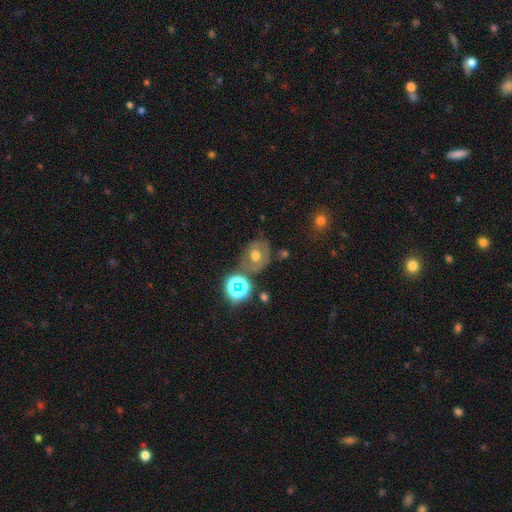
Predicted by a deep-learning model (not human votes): Q: Smooth or featured?
A: smooth (49%); runner-up: featured or disk (31%)
Q: Merging?
A: none (65%); runner-up: minor disturbance (18%)